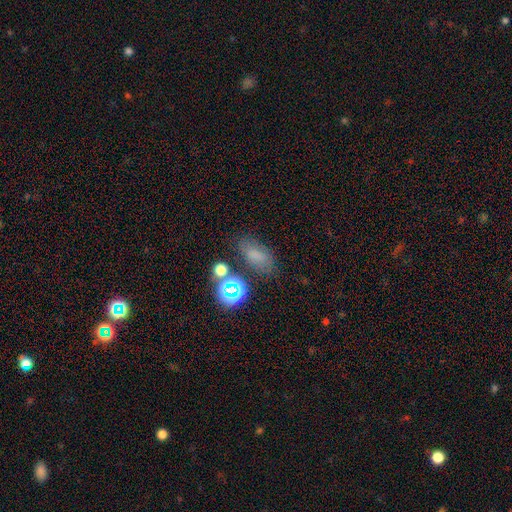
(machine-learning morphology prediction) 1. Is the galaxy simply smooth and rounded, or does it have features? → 65% smooth, 21% star or artifact, 13% featured or disk.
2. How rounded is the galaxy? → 81% in between, 13% round, 6% cigar-shaped.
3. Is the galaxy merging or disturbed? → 66% none, 18% minor disturbance, 9% merger, 7% major disturbance.